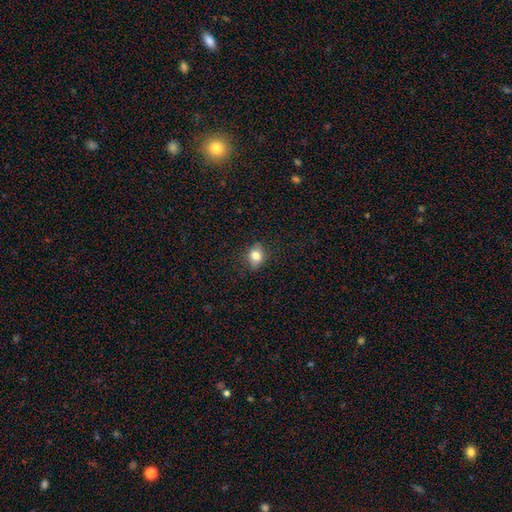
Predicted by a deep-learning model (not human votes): Smooth or featured?
  - smooth: 79% *
  - star or artifact: 11%
  - featured or disk: 11%
How rounded?
  - in between: 52% *
  - round: 46%
  - cigar-shaped: 2%
Merging?
  - none: 83% *
  - minor disturbance: 13%
  - major disturbance: 3%
  - merger: 1%